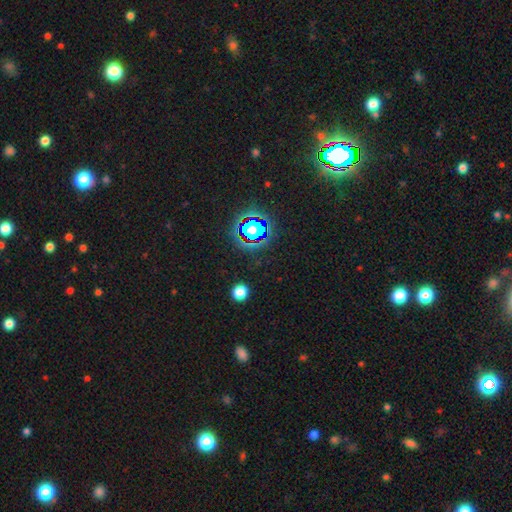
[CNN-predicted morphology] Smooth or featured: star or artifact — 81% (smooth — 12%)